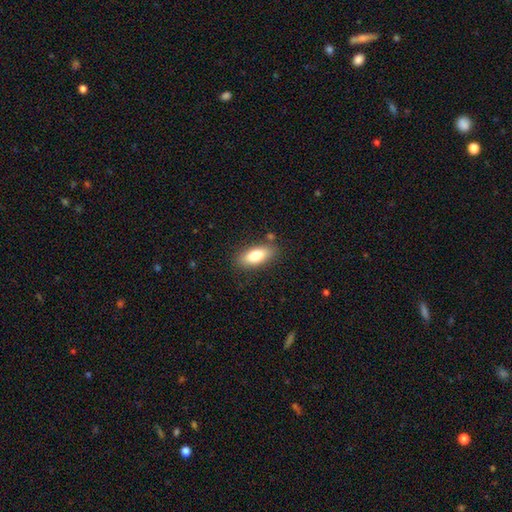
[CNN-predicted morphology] A smooth galaxy with no disk features (77%) that is in between round and cigar-shaped (80%). Merging: none (83%).